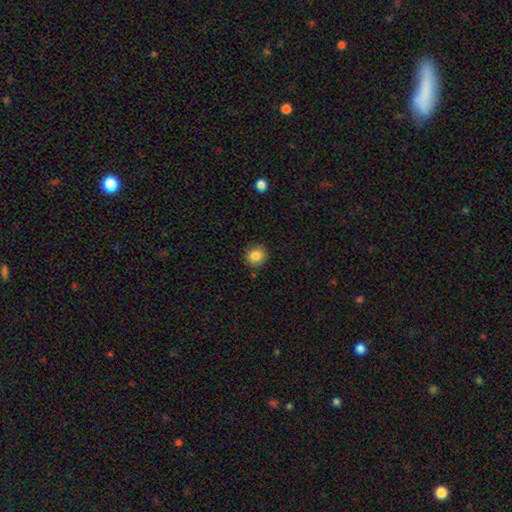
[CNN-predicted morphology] smooth 86%, star or artifact 9%, featured or disk 5%. Down the decision tree: how rounded — round (85%); merging — none (88%).